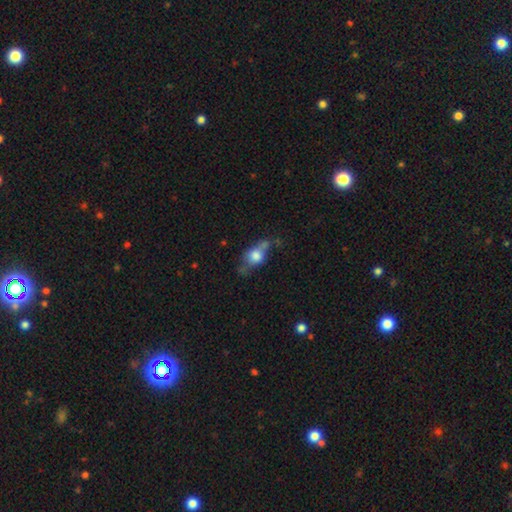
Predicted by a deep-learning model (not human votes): Smooth or featured: smooth — 61% (featured or disk — 30%)
How rounded: in between — 57% (round — 36%)
Merging: none — 42% (minor disturbance — 26%)